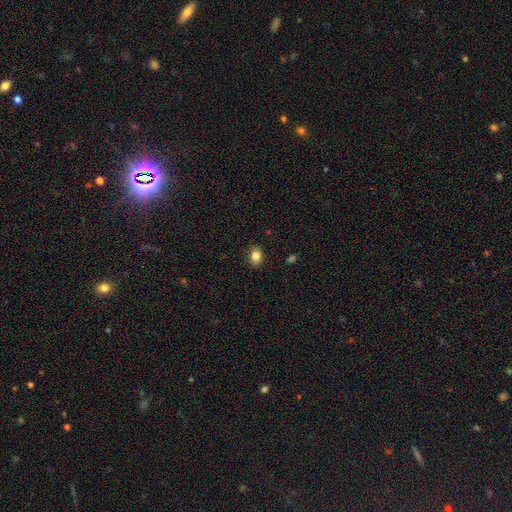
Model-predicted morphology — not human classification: type=smooth (84%); roundness=in between (60%); merging=none (87%).